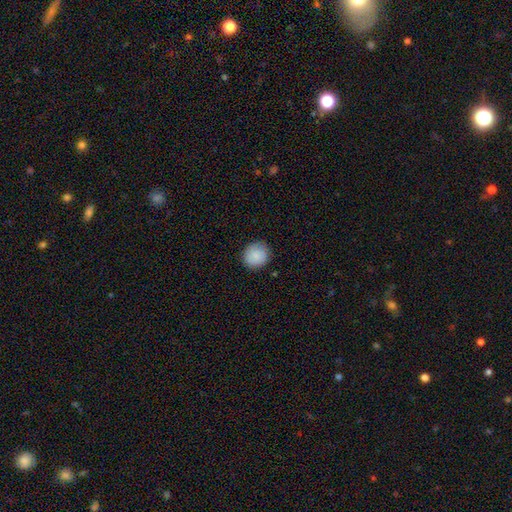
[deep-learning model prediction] smooth 87%, star or artifact 7%, featured or disk 6%. Down the decision tree: how rounded — round (85%); merging — none (85%).